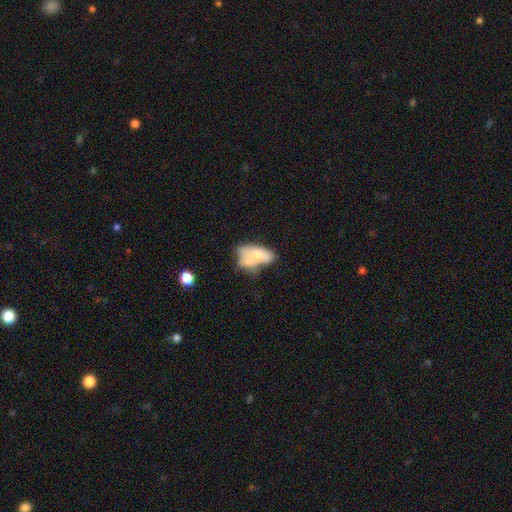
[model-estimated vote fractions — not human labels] smooth-or-featured: smooth: 57% | featured or disk: 36% | star or artifact: 8%
  how-rounded: in between: 88% | round: 7% | cigar-shaped: 5%
  merging: merger: 47% | none: 23% | minor disturbance: 17% | major disturbance: 13%